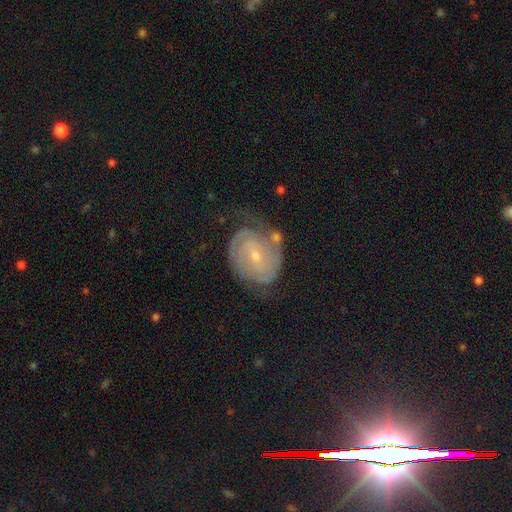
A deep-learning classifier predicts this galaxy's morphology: Smooth or featured? featured or disk (84%)
Edge-on disk? no (97%)
Bar? weak (47%)
Spiral arms? yes (95%)
Spiral winding? tight (67%)
Spiral arm count? 2 (56%)
Bulge size? small (69%)
Merging? none (60%)